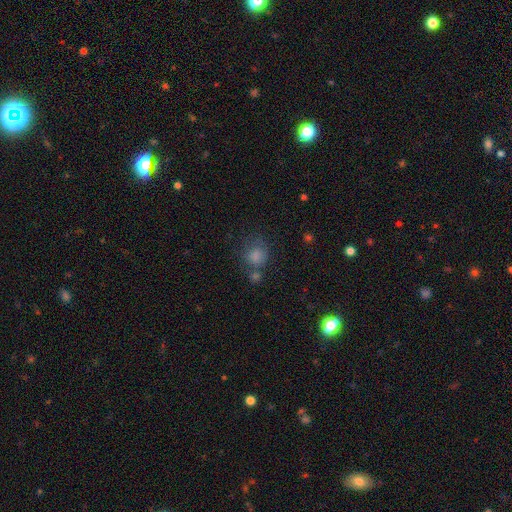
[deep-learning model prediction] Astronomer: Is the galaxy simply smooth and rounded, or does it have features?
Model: smooth — 70%.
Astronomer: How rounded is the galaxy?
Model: round — 79%.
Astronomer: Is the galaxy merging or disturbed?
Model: none — 60%.